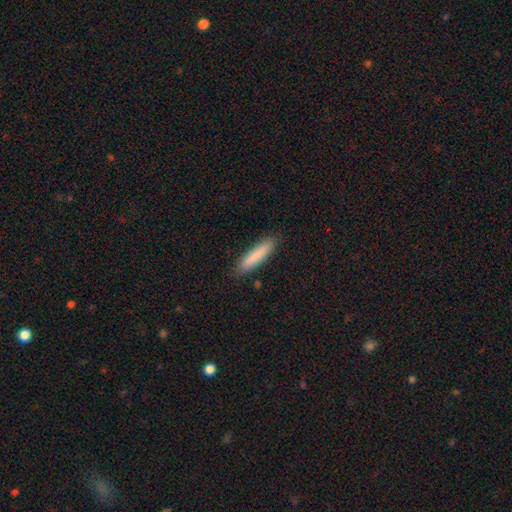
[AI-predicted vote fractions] Smooth or featured?
  - smooth: 85% *
  - featured or disk: 9%
  - star or artifact: 6%
How rounded?
  - cigar-shaped: 84% *
  - in between: 15%
  - round: 1%
Merging?
  - none: 88% *
  - minor disturbance: 9%
  - major disturbance: 2%
  - merger: 1%